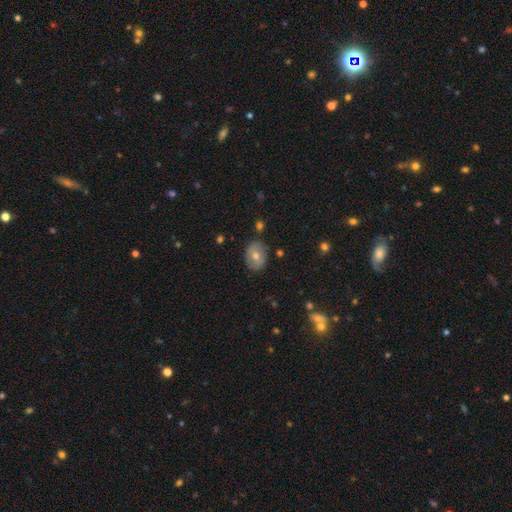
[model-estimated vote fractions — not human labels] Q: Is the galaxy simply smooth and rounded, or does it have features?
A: smooth — 59%.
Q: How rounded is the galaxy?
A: in between — 63%.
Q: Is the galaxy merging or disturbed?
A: none — 83%.